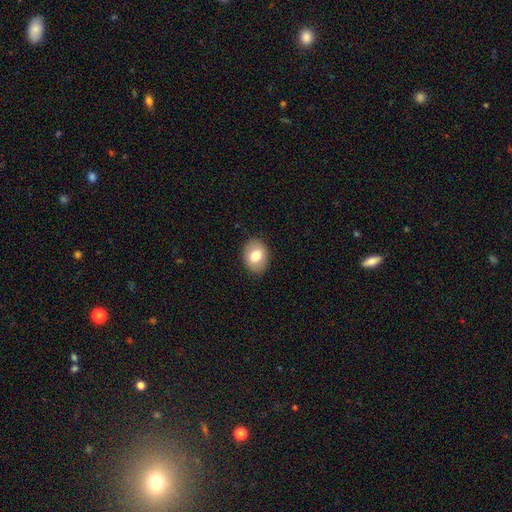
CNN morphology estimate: Smooth or featured: smooth — 77% (featured or disk — 15%)
How rounded: in between — 62% (round — 37%)
Merging: none — 89% (minor disturbance — 8%)